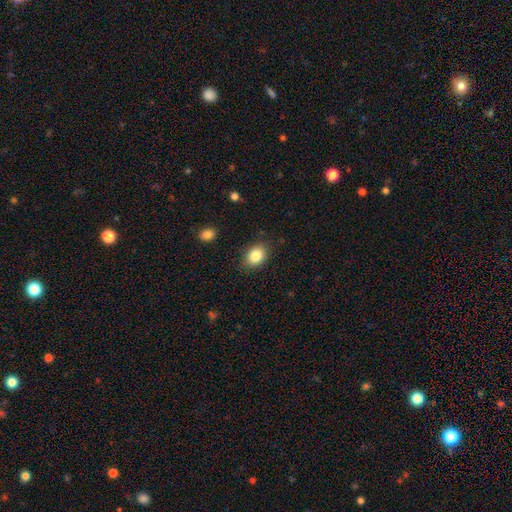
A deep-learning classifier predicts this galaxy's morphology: A smooth galaxy with no disk features (85%) that is in between round and cigar-shaped (69%). Merging: none (84%).